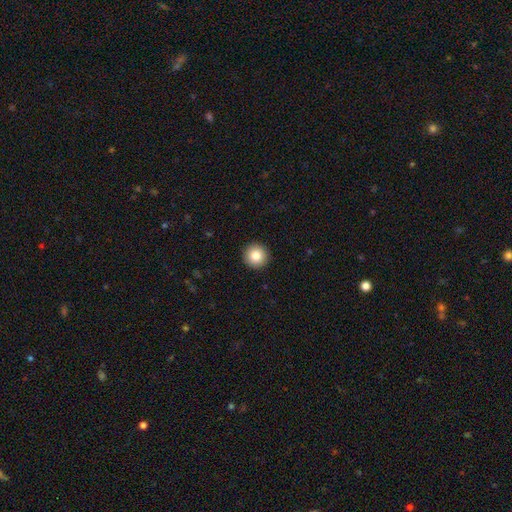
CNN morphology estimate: smooth-or-featured: smooth: 83% | star or artifact: 9% | featured or disk: 7%
  how-rounded: round: 96% | in between: 3% | cigar-shaped: 1%
  merging: none: 94% | minor disturbance: 4% | major disturbance: 1% | merger: 1%